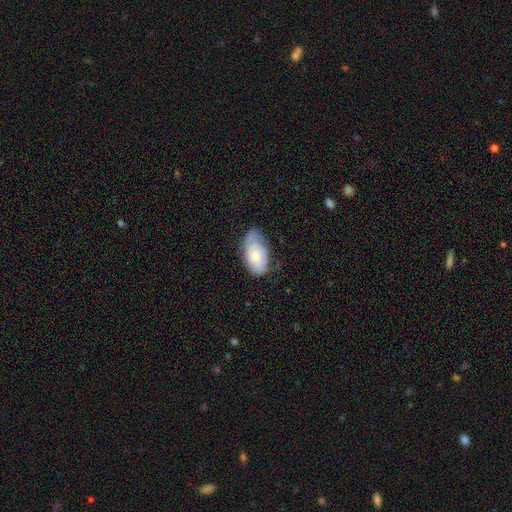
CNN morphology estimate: Smooth or featured? Predicted: smooth (p=0.59). How rounded? Predicted: in between (p=0.93). Merging? Predicted: none (p=0.50).